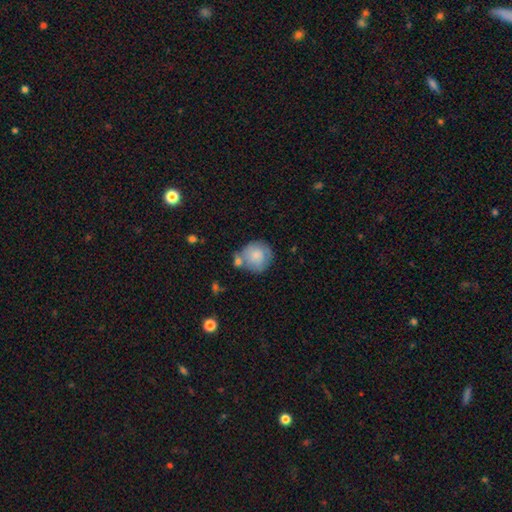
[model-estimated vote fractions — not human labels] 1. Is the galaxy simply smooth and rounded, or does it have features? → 73% smooth, 20% featured or disk, 7% star or artifact.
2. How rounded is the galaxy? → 86% round, 13% in between, 1% cigar-shaped.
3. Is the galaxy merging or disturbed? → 52% none, 21% merger, 20% minor disturbance, 7% major disturbance.